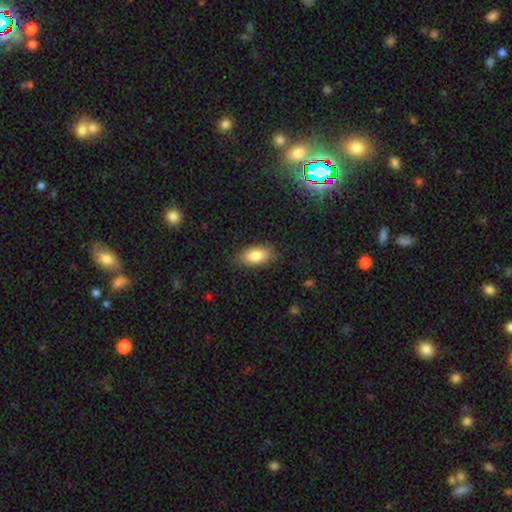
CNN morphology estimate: smooth_or_featured: smooth (p=0.83) [alt: featured or disk p=0.10]
how_rounded: in between (p=0.90) [alt: cigar-shaped p=0.06]
merging: none (p=0.85) [alt: minor disturbance p=0.11]